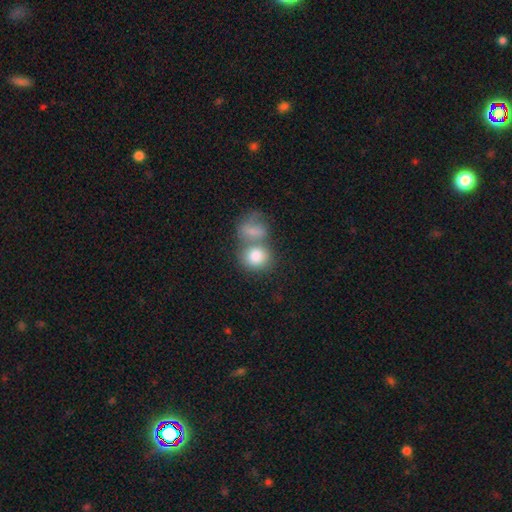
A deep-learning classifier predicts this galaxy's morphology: A smooth galaxy with no disk features (82%) that is round (72%). Merging: merger (52%).